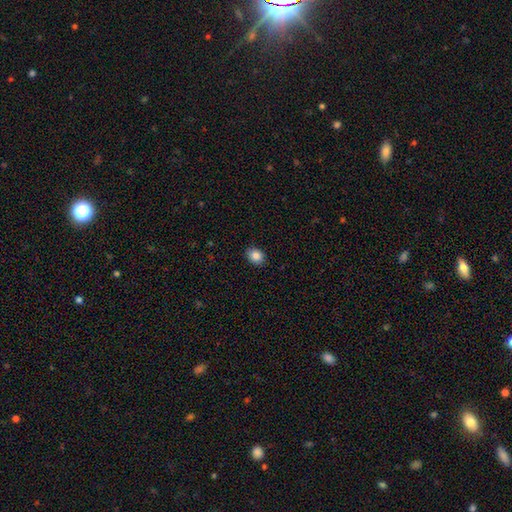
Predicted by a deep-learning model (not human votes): smooth 86%, star or artifact 9%, featured or disk 5%. Down the decision tree: how rounded — in between (53%); merging — none (89%).